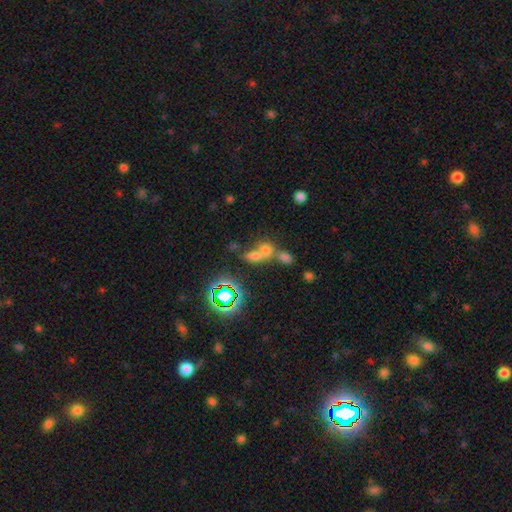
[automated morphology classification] type=smooth (54%); roundness=in between (60%); merging=merger (63%).